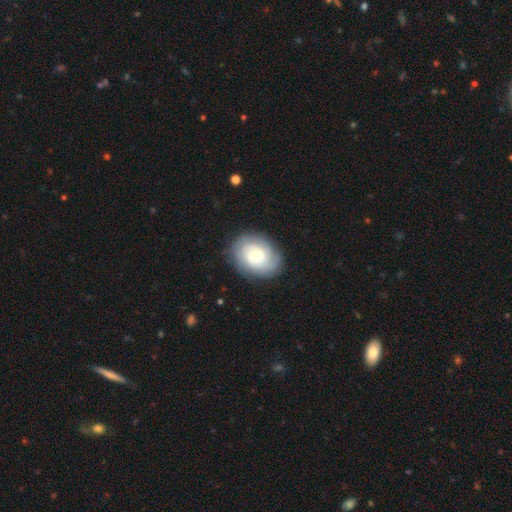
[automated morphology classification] featured or disk 61%, smooth 32%, star or artifact 7%. Down the decision tree: edge-on disk — no (96%); bar — no (63%); spiral arms — yes (85%); spiral arm count — can't tell (44%); spiral winding — tight (67%); bulge size — moderate (59%); merging — none (82%).